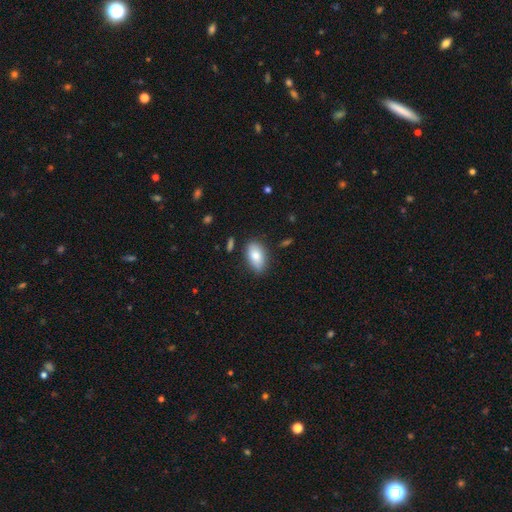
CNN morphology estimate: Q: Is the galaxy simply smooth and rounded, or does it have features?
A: smooth — 81%.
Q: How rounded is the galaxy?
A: in between — 92%.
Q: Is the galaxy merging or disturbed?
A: none — 79%.